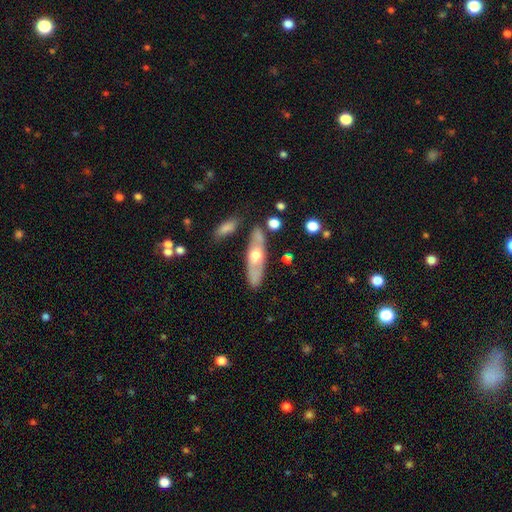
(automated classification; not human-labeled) featured or disk 52%, smooth 42%, star or artifact 6%. Down the decision tree: edge-on disk — yes (53%); merging — none (76%).